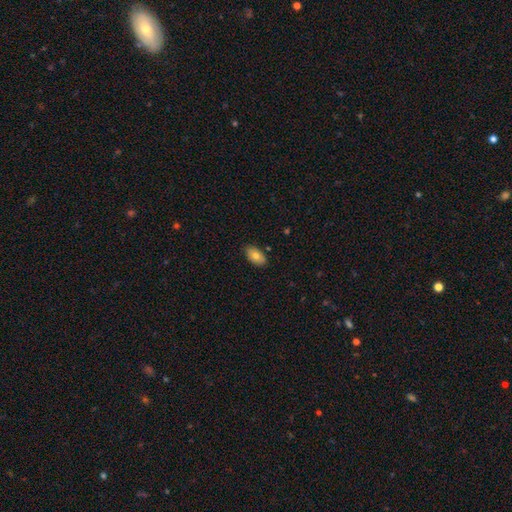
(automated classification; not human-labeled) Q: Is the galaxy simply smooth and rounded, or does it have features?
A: smooth — 75%.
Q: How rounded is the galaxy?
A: in between — 93%.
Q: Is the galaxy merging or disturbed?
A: none — 85%.